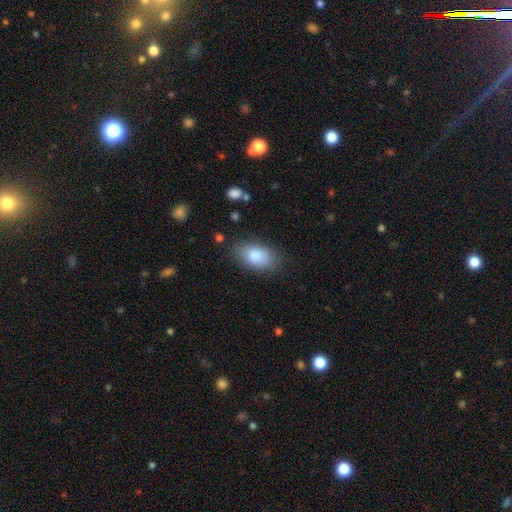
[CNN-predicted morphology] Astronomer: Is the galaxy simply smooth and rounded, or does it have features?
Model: smooth — 84%.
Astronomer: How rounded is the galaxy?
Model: in between — 92%.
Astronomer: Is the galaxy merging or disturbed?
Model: none — 80%.